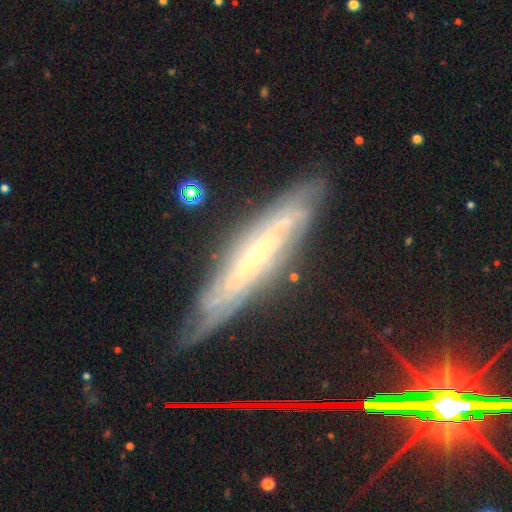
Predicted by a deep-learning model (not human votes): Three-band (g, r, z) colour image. It shows a featured or disk galaxy (77%). Merging: none (77%).